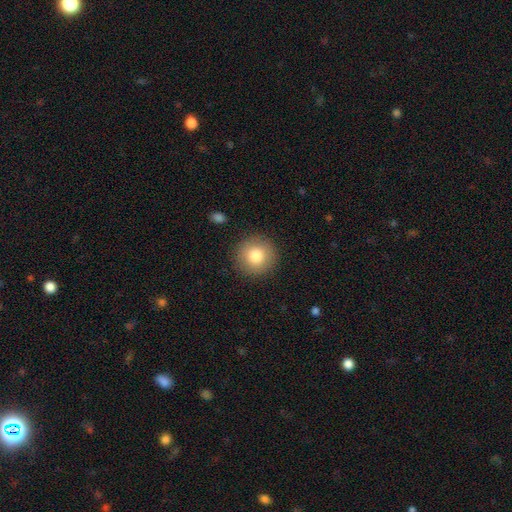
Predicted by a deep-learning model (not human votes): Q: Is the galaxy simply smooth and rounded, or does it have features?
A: smooth — 82%.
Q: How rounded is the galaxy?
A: round — 94%.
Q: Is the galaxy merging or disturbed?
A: none — 89%.